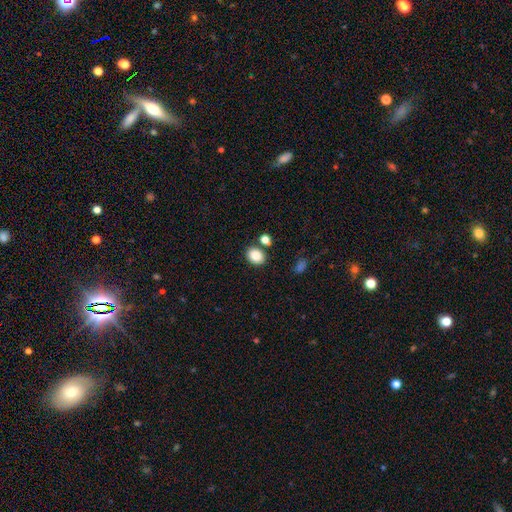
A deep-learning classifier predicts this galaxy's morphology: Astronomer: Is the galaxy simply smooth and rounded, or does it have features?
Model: smooth — 86%.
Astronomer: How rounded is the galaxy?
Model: in between — 54% (runner-up: round, 45%).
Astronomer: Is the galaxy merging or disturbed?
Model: none — 77%.